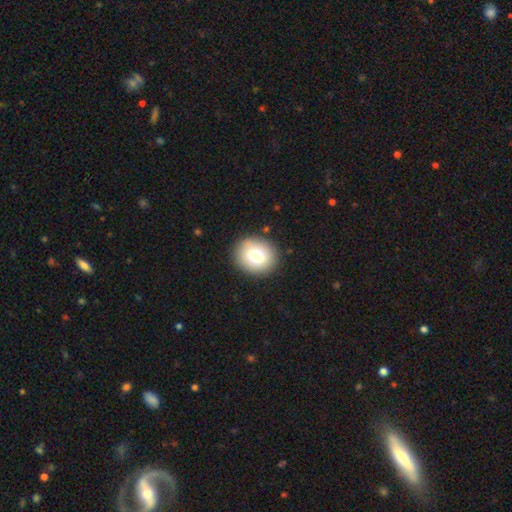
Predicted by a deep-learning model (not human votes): This appears to be a smooth galaxy with no disk features (77%) that is round (70%). Merging: none (89%).